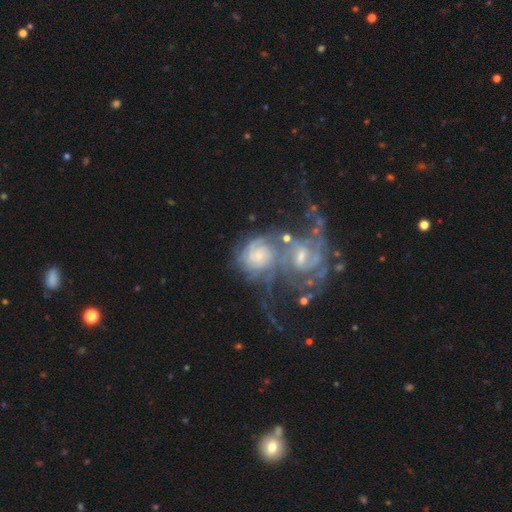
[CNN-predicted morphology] The model was most divided on "spiral arm count": can't tell: 33%, 3: 21%, 4: 16%, 2: 14%, more than 4: 9%, 1: 6%. More confident: edge-on disk — no (97%); spiral arms — yes (95%); smooth or featured — featured or disk (82%); merging — merger (69%); spiral winding — tight (67%); bulge size — small (64%); bar — no (57%).